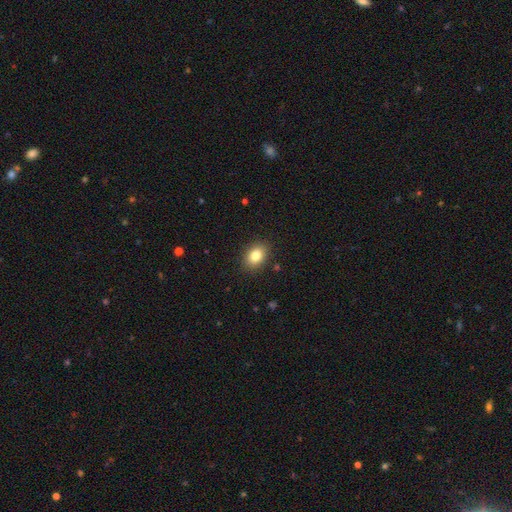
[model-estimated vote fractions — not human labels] Q: Smooth or featured?
A: smooth (83%); runner-up: star or artifact (9%)
Q: How rounded?
A: in between (75%); runner-up: round (24%)
Q: Merging?
A: none (88%); runner-up: minor disturbance (9%)